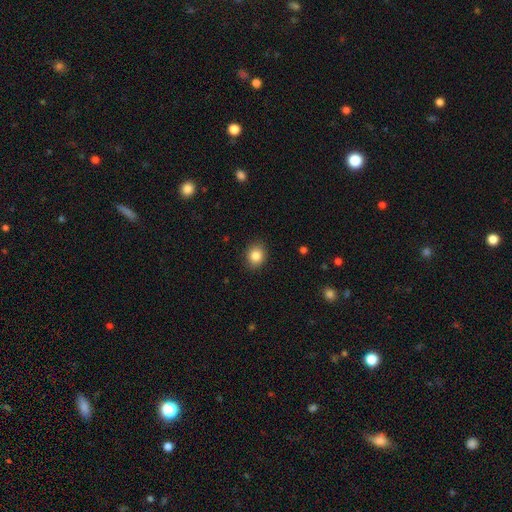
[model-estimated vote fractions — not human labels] Smooth or featured? smooth (85%)
How rounded? round (70%)
Merging? none (89%)